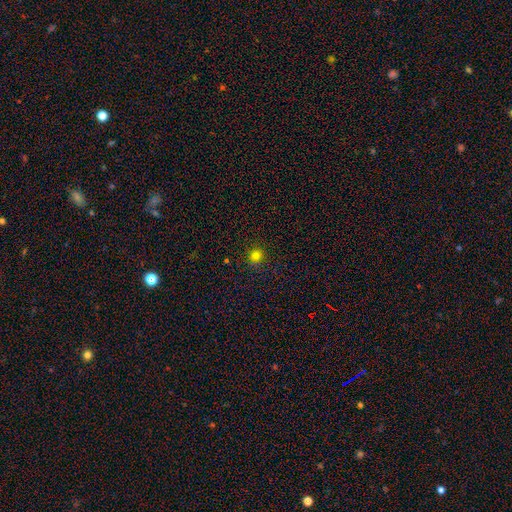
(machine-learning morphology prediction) Smooth or featured? smooth (78%)
How rounded? round (90%)
Merging? none (90%)